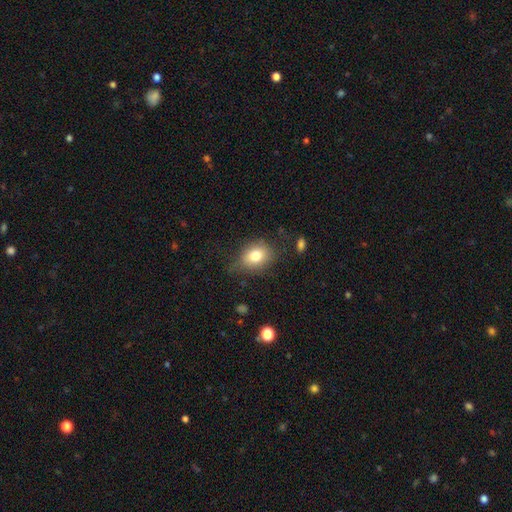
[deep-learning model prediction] Smooth or featured: smooth — 78% (featured or disk — 12%)
How rounded: in between — 56% (round — 43%)
Merging: none — 68% (minor disturbance — 23%)